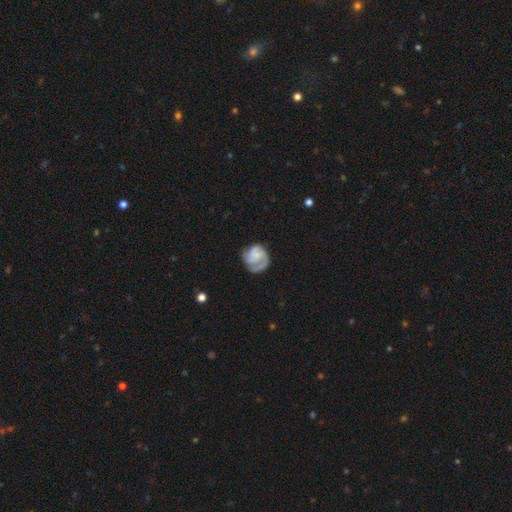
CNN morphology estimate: Overall: featured or disk (71%). Edge-on disk: no (98%). Bar: no (65%; weak 29%). Spiral arms: yes (93%). Spiral arm count: 2 (46%; 1 21%). Spiral winding: tight (50%; medium 37%). Bulge size: small (44%; none 33%). Merging: none (59%; minor disturbance 23%).